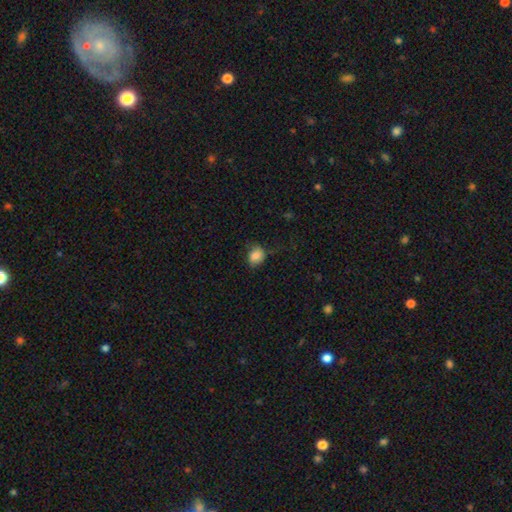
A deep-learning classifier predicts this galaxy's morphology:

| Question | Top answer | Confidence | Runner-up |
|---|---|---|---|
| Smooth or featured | smooth | 82% | star or artifact (10%) |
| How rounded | round | 61% | in between (38%) |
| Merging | none | 61% | minor disturbance (27%) |